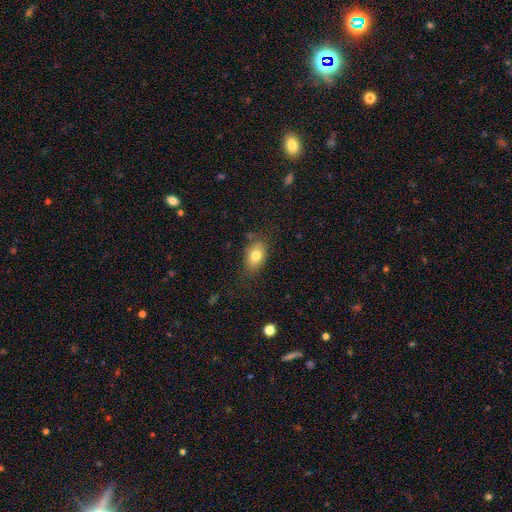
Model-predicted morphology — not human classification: Smooth or featured?
  - smooth: 78% *
  - featured or disk: 13%
  - star or artifact: 9%
How rounded?
  - in between: 82% *
  - round: 16%
  - cigar-shaped: 2%
Merging?
  - none: 76% *
  - minor disturbance: 17%
  - major disturbance: 4%
  - merger: 2%